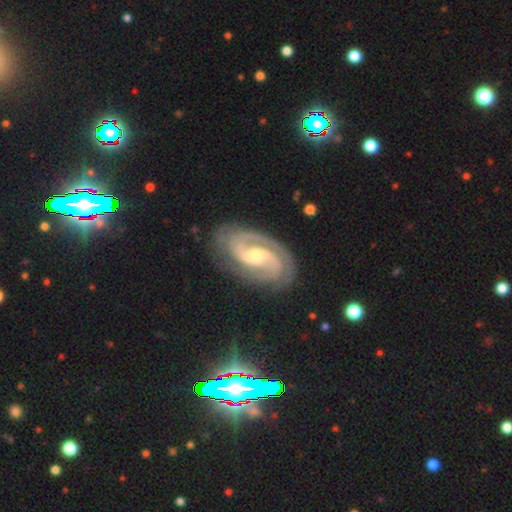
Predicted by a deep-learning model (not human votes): A featured or disk galaxy (90%) with a weak bar (46%), 2 (79%) tight (49%) spiral arms (98%) and a moderate central bulge (48%).

Vote fractions:
- Smooth or featured? featured or disk: 90% / star or artifact: 5% / smooth: 5%
- Edge-on disk? no: 97% / yes: 3%
- Bar? weak: 46% / no: 33% / strong: 21%
- Spiral arms? yes: 98% / no: 2%
- Spiral winding? tight: 49% / medium: 43% / loose: 9%
- Spiral arm count? 2: 79% / 3: 9% / can't tell: 6% / 1: 2% / 4: 2% / more than 4: 2%
- Bulge size? moderate: 48% / small: 44% / large: 4% / none: 2% / dominant: 1%
- Merging? none: 79% / minor disturbance: 15% / major disturbance: 5% / merger: 1%